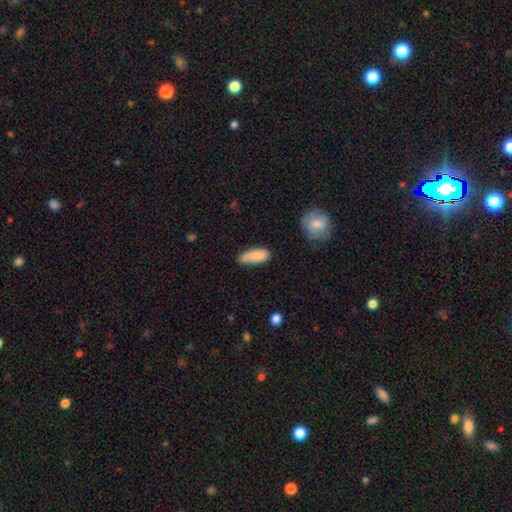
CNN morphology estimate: This is clearly a smooth galaxy (86%). How rounded: likely in between (71%). Merging: likely none (70%).